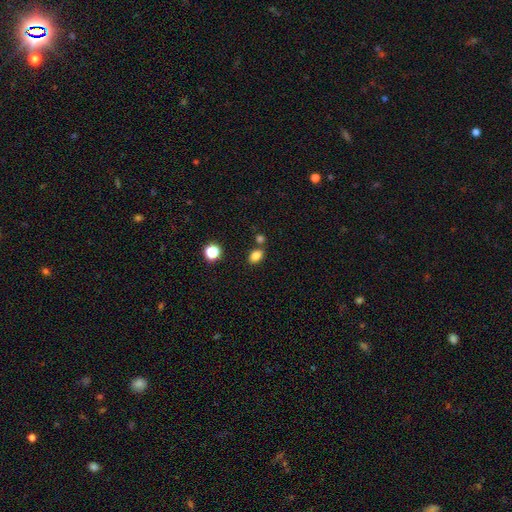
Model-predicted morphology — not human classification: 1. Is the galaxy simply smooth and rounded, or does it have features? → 81% smooth, 12% star or artifact, 6% featured or disk.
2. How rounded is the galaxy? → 74% in between, 24% round, 2% cigar-shaped.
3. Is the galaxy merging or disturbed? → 72% none, 14% merger, 11% minor disturbance, 3% major disturbance.